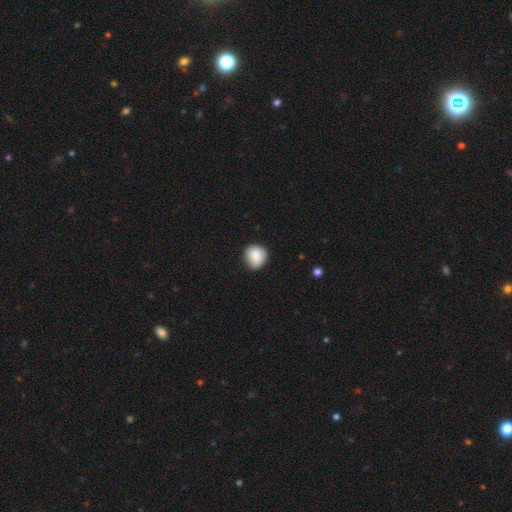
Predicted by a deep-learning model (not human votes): smooth 86%, star or artifact 8%, featured or disk 6%. Down the decision tree: how rounded — round (84%); merging — none (77%).